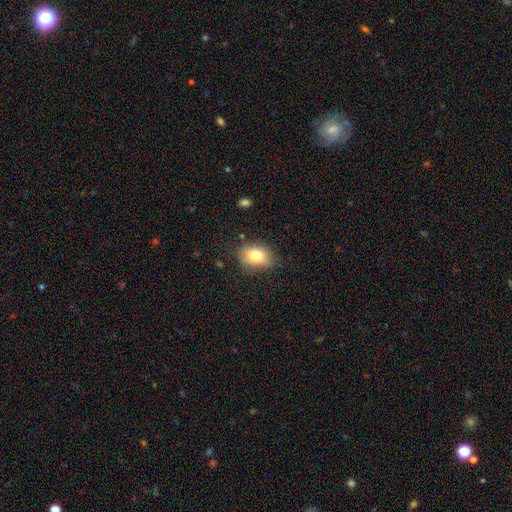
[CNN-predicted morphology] type=smooth (78%); roundness=in between (74%); merging=none (71%).